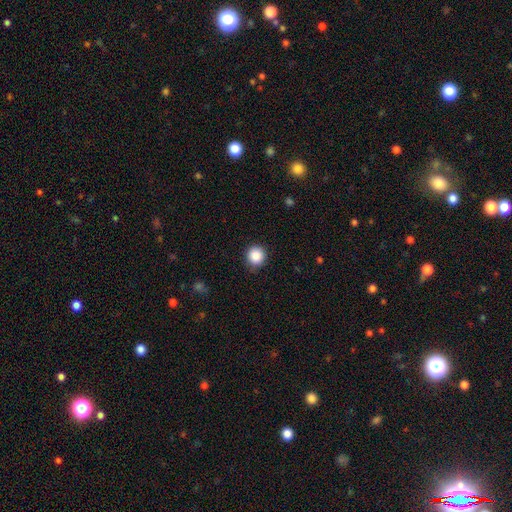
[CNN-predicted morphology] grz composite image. It shows a smooth galaxy with no disk features (87%) that is round (93%). Merging: none (88%).